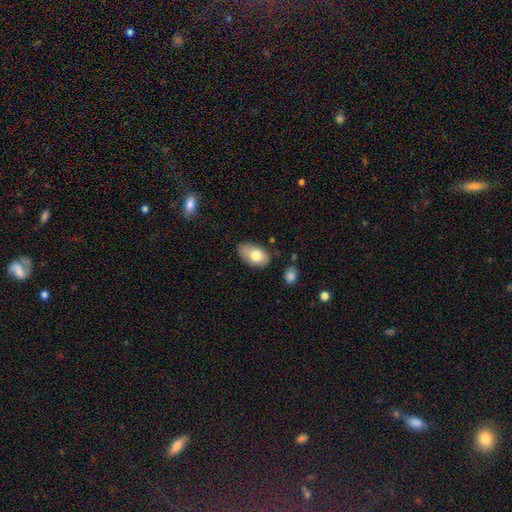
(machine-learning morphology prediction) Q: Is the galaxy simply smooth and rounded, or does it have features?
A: smooth — 76%.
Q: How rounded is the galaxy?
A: in between — 93%.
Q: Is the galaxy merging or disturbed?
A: none — 70%.